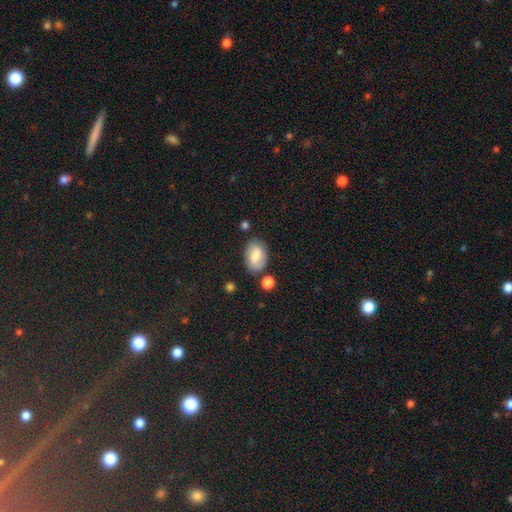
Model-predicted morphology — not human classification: This is likely a smooth galaxy (74%). How rounded: clearly in between (90%). Merging: likely none (73%).